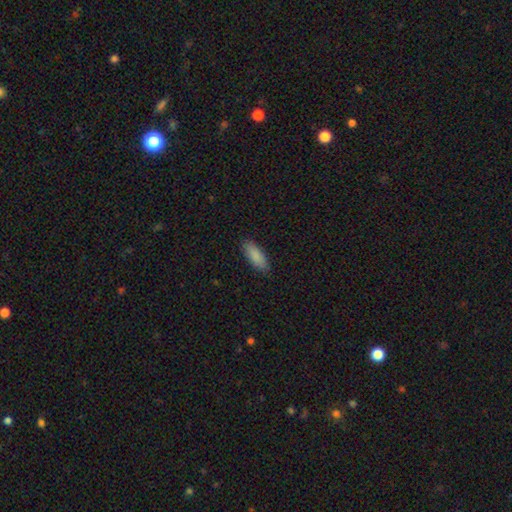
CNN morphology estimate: smooth_or_featured: smooth (p=0.88) [alt: star or artifact p=0.06]
how_rounded: in between (p=0.71) [alt: cigar-shaped p=0.27]
merging: none (p=0.87) [alt: minor disturbance p=0.10]